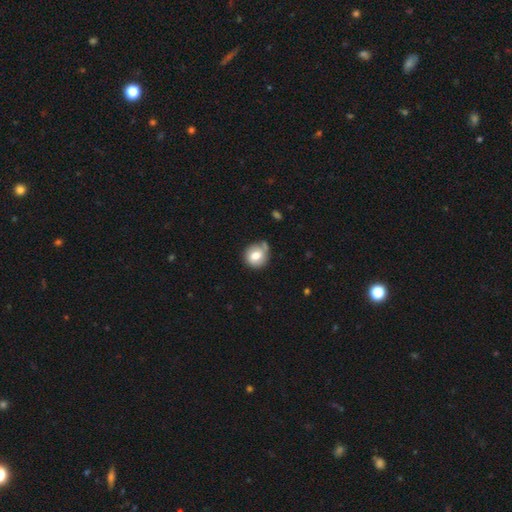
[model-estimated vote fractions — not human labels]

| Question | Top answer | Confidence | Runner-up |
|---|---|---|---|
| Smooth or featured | smooth | 74% | featured or disk (17%) |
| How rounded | round | 85% | in between (14%) |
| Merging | none | 63% | minor disturbance (23%) |